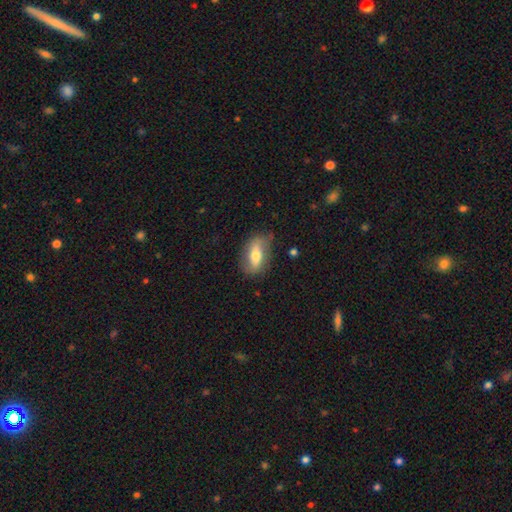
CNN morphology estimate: Smooth or featured? Predicted: smooth (p=0.50). How rounded? Predicted: in between (p=0.80). Merging? Predicted: none (p=0.74).